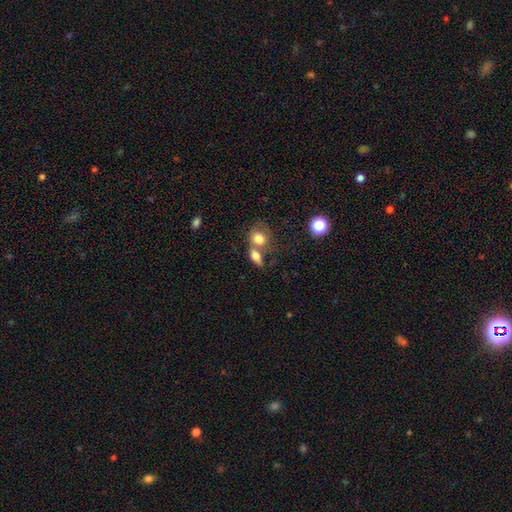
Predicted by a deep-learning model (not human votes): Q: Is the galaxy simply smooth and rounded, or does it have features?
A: smooth — 74%.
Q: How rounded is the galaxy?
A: in between — 66%.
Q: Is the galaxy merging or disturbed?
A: merger — 47%.